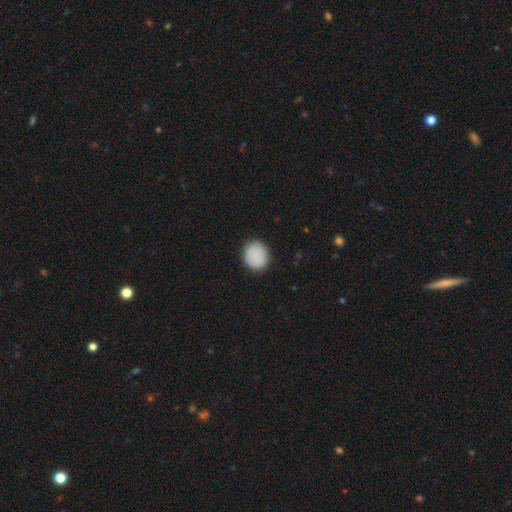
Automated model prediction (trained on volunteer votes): Morphology: type=smooth (87%); roundness=round (85%); merging=none (88%).